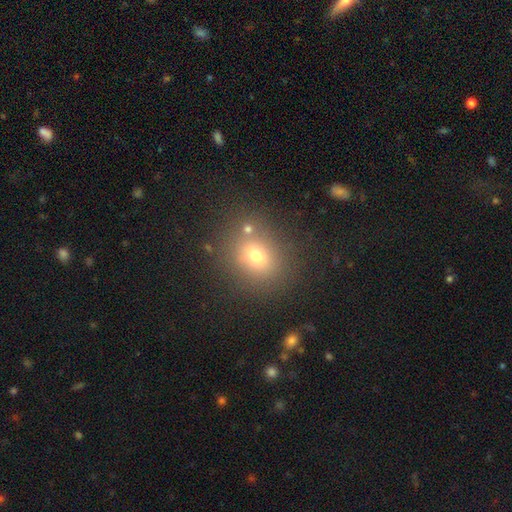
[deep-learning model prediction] smooth 69%, star or artifact 18%, featured or disk 13%. Down the decision tree: how rounded — round (70%); merging — none (75%).